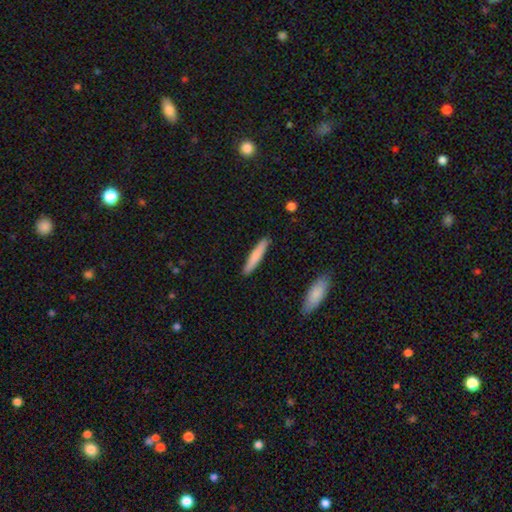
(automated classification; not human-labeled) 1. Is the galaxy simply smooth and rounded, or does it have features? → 75% smooth, 20% featured or disk, 5% star or artifact.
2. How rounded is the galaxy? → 92% cigar-shaped, 7% in between, 1% round.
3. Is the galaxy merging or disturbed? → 91% none, 6% minor disturbance, 2% merger, 1% major disturbance.